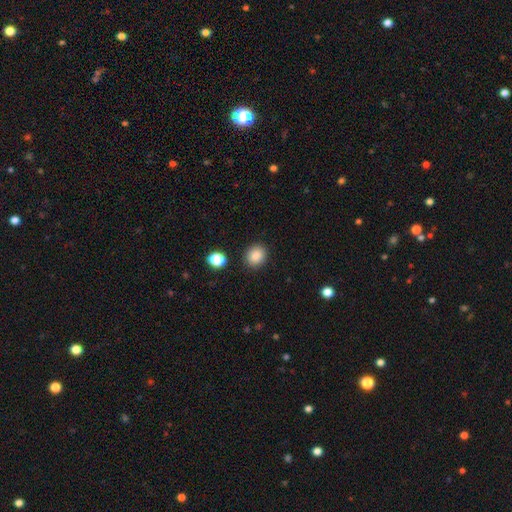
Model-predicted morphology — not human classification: This is clearly a smooth galaxy (87%). How rounded: likely round (75%). Merging: clearly none (88%).